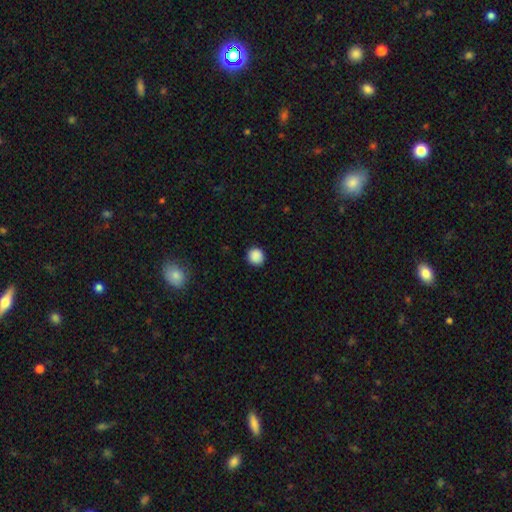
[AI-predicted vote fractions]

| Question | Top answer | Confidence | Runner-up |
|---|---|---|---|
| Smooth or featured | smooth | 88% | star or artifact (9%) |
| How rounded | round | 92% | in between (7%) |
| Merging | none | 91% | minor disturbance (6%) |